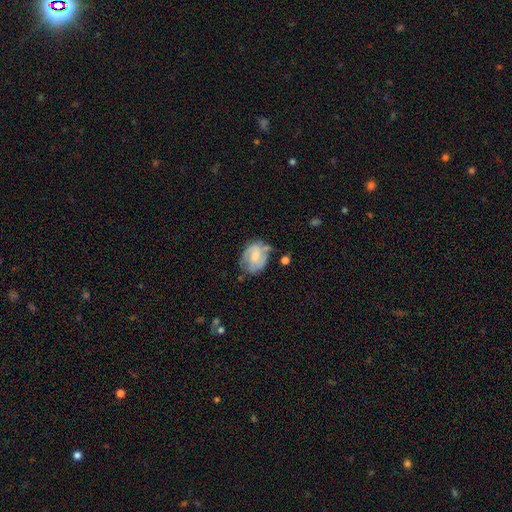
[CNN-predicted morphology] A featured or disk galaxy (54%) with no bar (55%), spiral arms (72%) and a moderate central bulge (43%).

Vote fractions:
- Smooth or featured? featured or disk: 54% / smooth: 39% / star or artifact: 7%
- Edge-on disk? no: 97% / yes: 3%
- Bar? no: 55% / weak: 37% / strong: 8%
- Spiral arms? yes: 72% / no: 28%
- Bulge size? moderate: 43% / small: 39% / none: 11% / large: 6% / dominant: 1%
- Merging? none: 50% / minor disturbance: 30% / major disturbance: 13% / merger: 7%